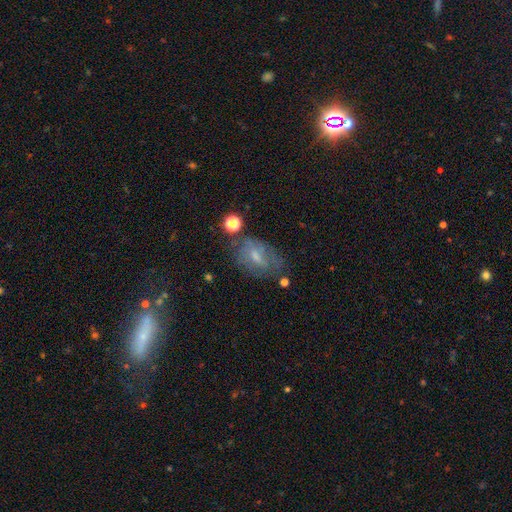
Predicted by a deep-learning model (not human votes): featured or disk 46%, smooth 37%, star or artifact 17%. Down the decision tree: merging — none (57%).